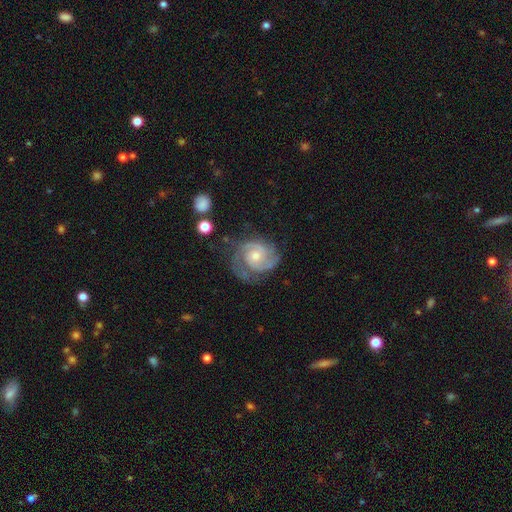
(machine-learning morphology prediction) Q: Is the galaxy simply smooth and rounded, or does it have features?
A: featured or disk — 86%.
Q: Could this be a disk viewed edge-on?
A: no — 98%.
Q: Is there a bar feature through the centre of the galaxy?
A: no — 72%.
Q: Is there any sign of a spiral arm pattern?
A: yes — 96%.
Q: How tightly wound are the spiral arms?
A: tight — 54%.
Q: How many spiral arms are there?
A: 2 — 58%.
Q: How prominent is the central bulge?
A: moderate — 50%.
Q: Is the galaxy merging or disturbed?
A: none — 61%.